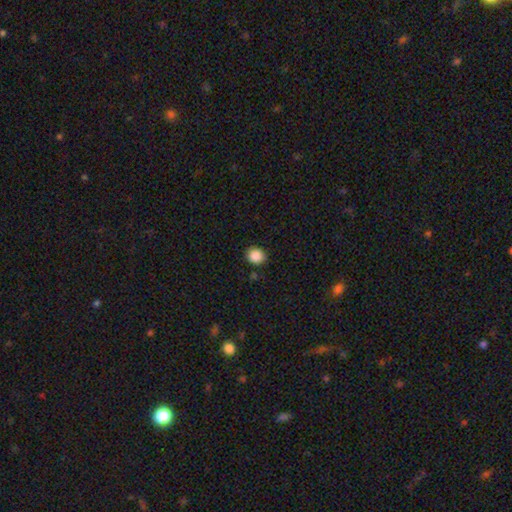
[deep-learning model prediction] Smooth or featured? Predicted: smooth (p=0.88). How rounded? Predicted: round (p=0.73). Merging? Predicted: none (p=0.87).